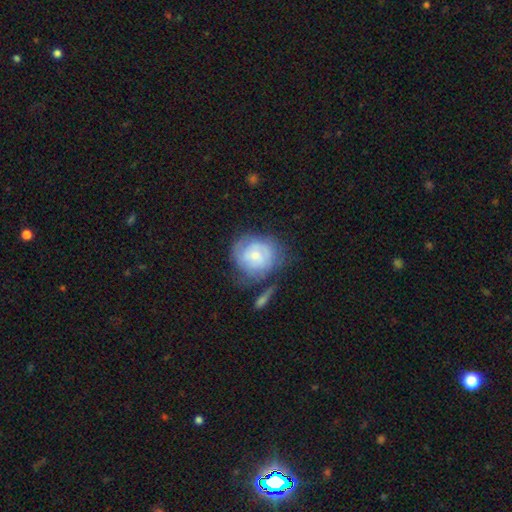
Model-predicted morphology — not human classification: Smooth or featured?
  - featured or disk: 60% *
  - smooth: 33%
  - star or artifact: 7%
Edge-on disk?
  - no: 97% *
  - yes: 3%
Bar?
  - no: 67% *
  - weak: 29%
  - strong: 4%
Spiral arms?
  - yes: 80% *
  - no: 20%
Bulge size?
  - small: 55% *
  - moderate: 37%
  - large: 4%
  - none: 3%
  - dominant: 1%
Merging?
  - none: 53% *
  - minor disturbance: 23%
  - major disturbance: 14%
  - merger: 10%